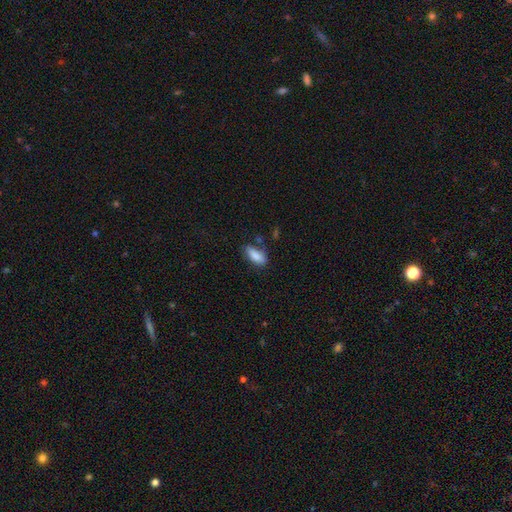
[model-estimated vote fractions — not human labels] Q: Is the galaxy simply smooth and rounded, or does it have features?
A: smooth — 85%.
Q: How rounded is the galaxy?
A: in between — 77%.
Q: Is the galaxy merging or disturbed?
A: none — 61%.